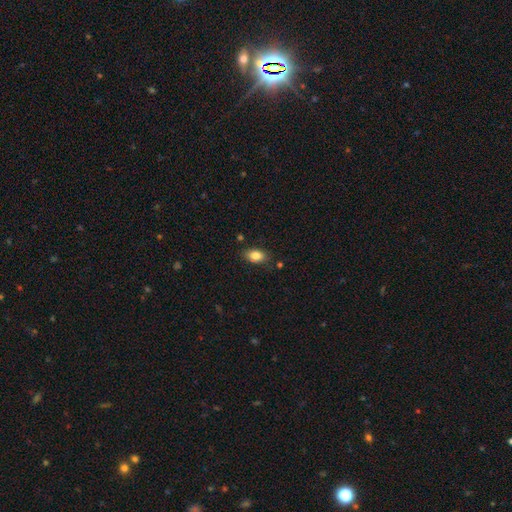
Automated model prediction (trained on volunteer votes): smooth_or_featured: smooth (p=0.84) [alt: star or artifact p=0.08]
how_rounded: in between (p=0.89) [alt: round p=0.08]
merging: none (p=0.82) [alt: minor disturbance p=0.13]